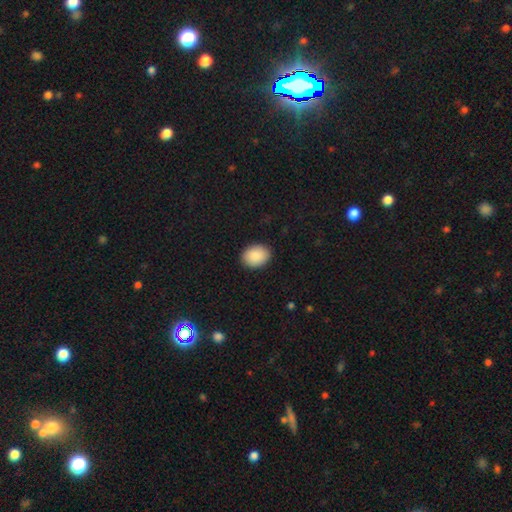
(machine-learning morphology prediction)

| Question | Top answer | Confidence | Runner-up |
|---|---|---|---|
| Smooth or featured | smooth | 90% | star or artifact (6%) |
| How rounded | in between | 63% | round (36%) |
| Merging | none | 90% | minor disturbance (7%) |